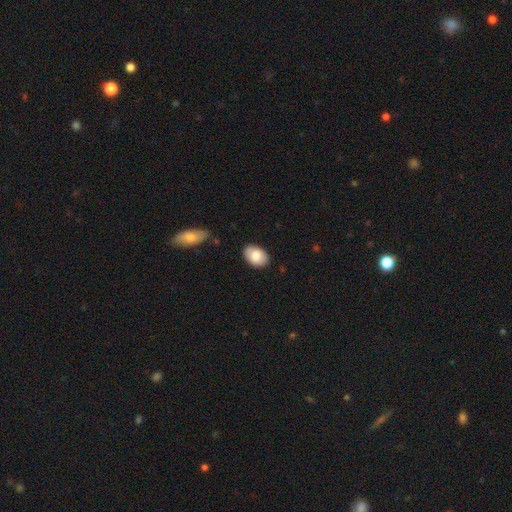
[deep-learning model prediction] Smooth or featured: smooth — 81% (featured or disk — 13%)
How rounded: in between — 86% (round — 13%)
Merging: none — 85% (minor disturbance — 11%)